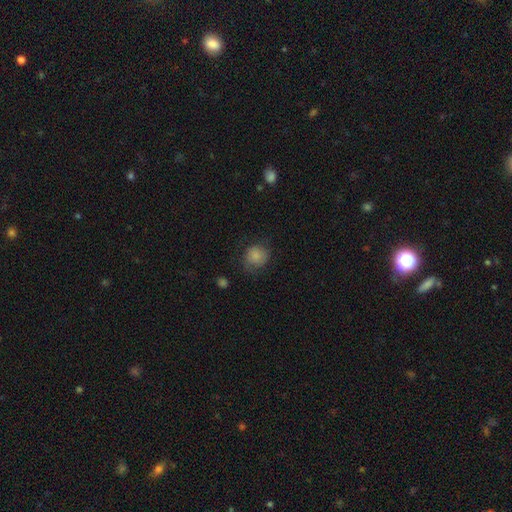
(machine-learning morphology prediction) type=smooth (79%); roundness=round (85%); merging=none (67%).